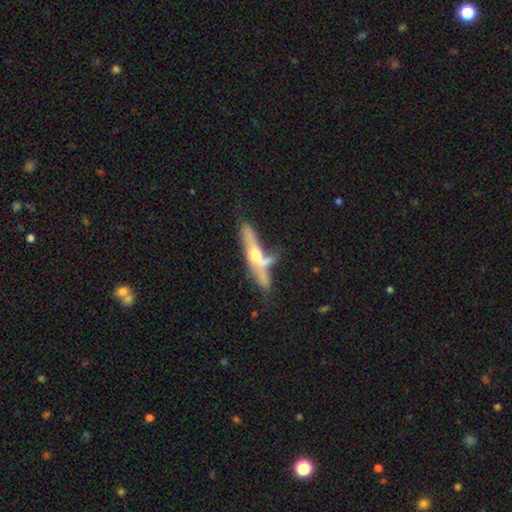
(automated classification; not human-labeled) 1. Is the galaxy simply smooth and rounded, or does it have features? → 58% featured or disk, 35% smooth, 7% star or artifact.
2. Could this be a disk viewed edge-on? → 74% yes, 26% no.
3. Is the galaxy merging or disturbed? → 38% merger, 32% none, 15% major disturbance, 15% minor disturbance.